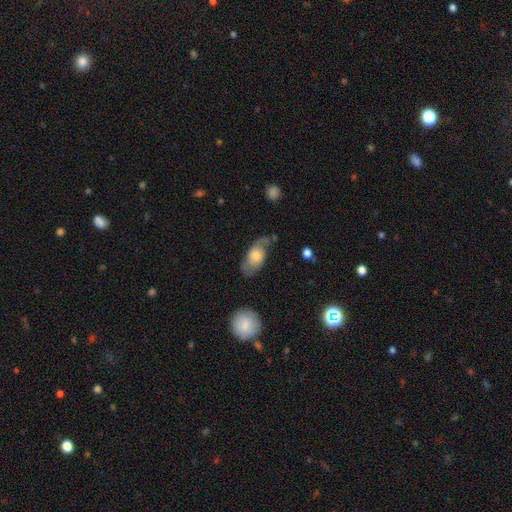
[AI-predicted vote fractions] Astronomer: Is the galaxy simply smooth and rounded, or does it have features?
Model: smooth — 55% (runner-up: featured or disk, 38%).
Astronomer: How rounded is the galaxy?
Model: in between — 88%.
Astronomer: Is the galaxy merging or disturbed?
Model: none — 52% (runner-up: minor disturbance, 29%).